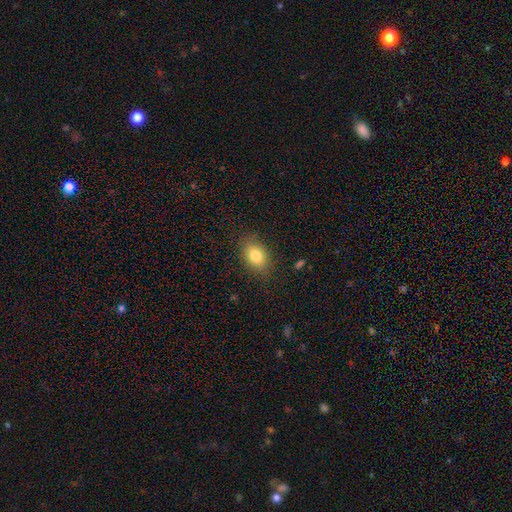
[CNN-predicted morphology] smooth_or_featured: smooth (p=0.81) [alt: featured or disk p=0.10]
how_rounded: in between (p=0.80) [alt: round p=0.18]
merging: none (p=0.85) [alt: minor disturbance p=0.11]